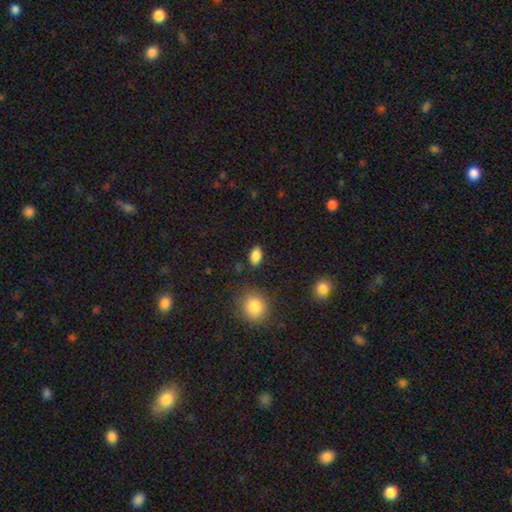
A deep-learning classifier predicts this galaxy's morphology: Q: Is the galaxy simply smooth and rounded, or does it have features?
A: smooth — 86%.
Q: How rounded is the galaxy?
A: in between — 89%.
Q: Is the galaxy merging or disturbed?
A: none — 85%.